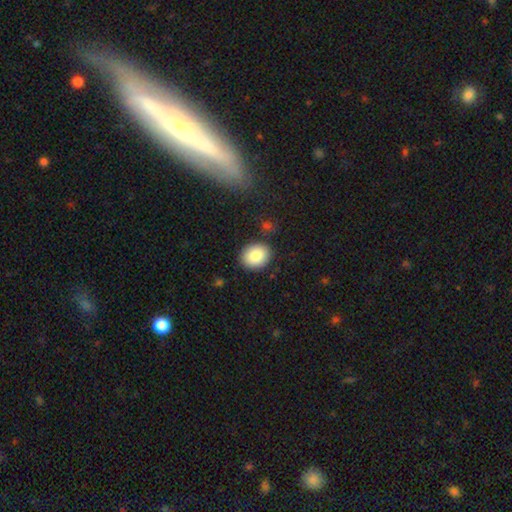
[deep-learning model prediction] Smooth or featured?
  - smooth: 86% *
  - star or artifact: 8%
  - featured or disk: 6%
How rounded?
  - round: 59% *
  - in between: 40%
  - cigar-shaped: 1%
Merging?
  - none: 87% *
  - minor disturbance: 9%
  - major disturbance: 2%
  - merger: 2%